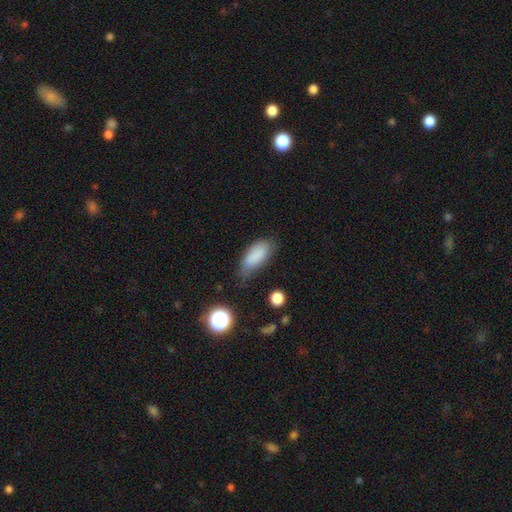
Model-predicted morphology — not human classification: Smooth or featured: smooth — 84% (star or artifact — 9%)
How rounded: in between — 85% (cigar-shaped — 12%)
Merging: none — 56% (minor disturbance — 31%)